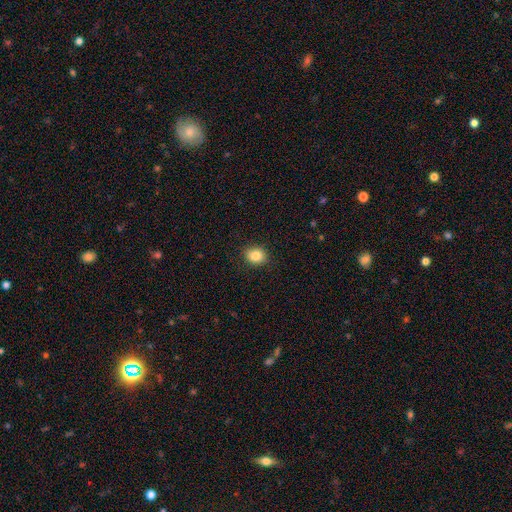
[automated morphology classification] This is clearly a smooth galaxy (85%). How rounded: possibly round (59%). Merging: clearly none (89%).